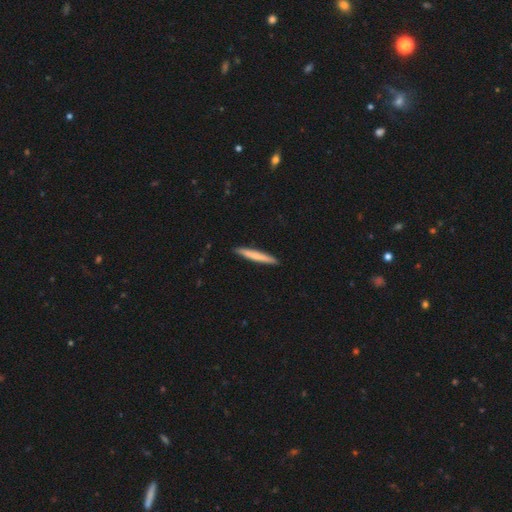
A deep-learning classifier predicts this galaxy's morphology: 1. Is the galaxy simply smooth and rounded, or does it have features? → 70% smooth, 25% featured or disk, 5% star or artifact.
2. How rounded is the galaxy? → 96% cigar-shaped, 3% in between, 1% round.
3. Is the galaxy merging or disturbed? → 92% none, 6% minor disturbance, 1% major disturbance, 1% merger.